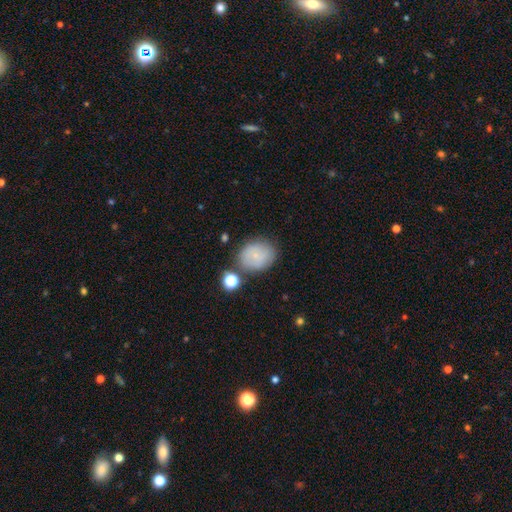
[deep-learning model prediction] This is likely a smooth galaxy (75%). How rounded: possibly round (55%). Merging: likely none (70%).